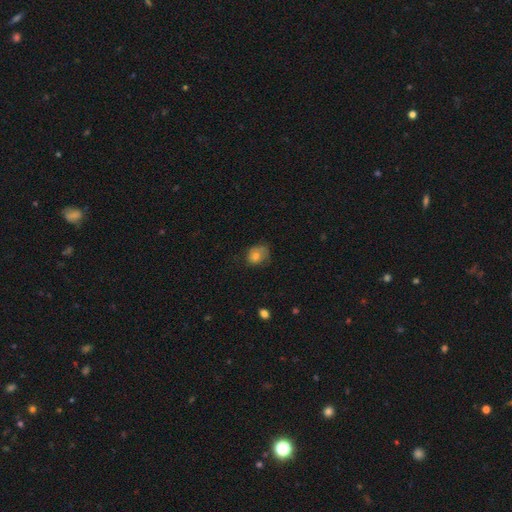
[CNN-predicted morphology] smooth 70%, featured or disk 20%, star or artifact 10%. Down the decision tree: how rounded — round (52%); merging — none (46%).